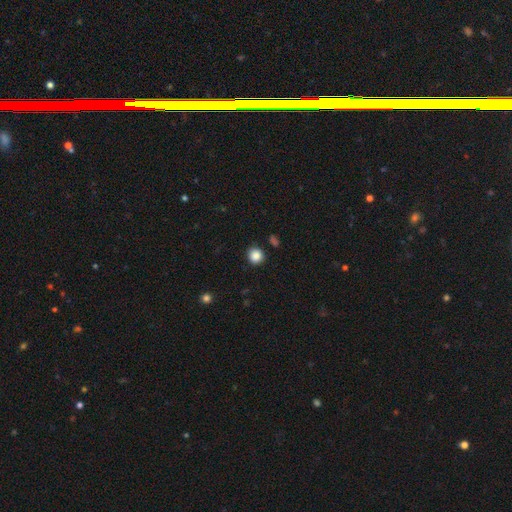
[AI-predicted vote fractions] Morphology: type=smooth (86%); roundness=round (89%); merging=none (88%).